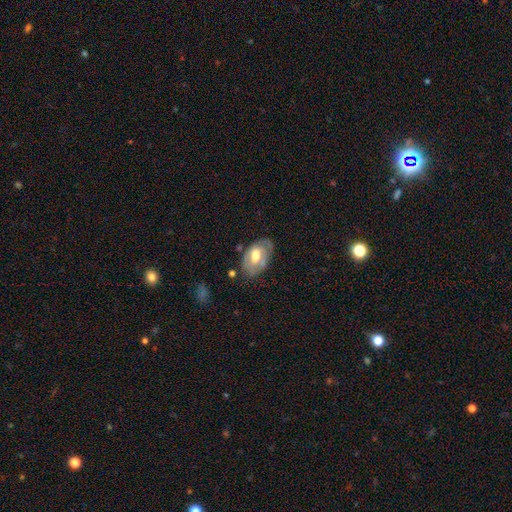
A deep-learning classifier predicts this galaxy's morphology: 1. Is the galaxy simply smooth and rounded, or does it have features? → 58% featured or disk, 36% smooth, 6% star or artifact.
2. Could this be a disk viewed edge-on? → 92% no, 8% yes.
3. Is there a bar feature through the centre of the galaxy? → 51% no, 37% weak, 12% strong.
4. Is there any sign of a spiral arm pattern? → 50% yes (tied), 50% no (tied).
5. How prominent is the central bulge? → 60% moderate, 30% large, 8% small, 2% dominant, 2% none.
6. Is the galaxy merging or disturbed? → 63% none, 25% minor disturbance, 9% major disturbance, 3% merger.